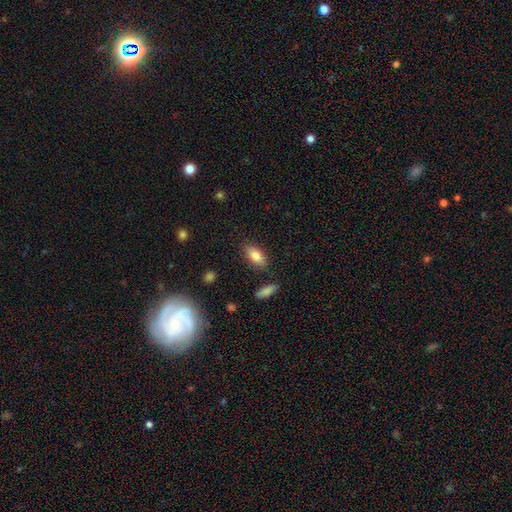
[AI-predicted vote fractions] smooth-or-featured: smooth: 81% | featured or disk: 12% | star or artifact: 7%
  how-rounded: in between: 88% | cigar-shaped: 8% | round: 4%
  merging: none: 83% | minor disturbance: 12% | merger: 3% | major disturbance: 3%